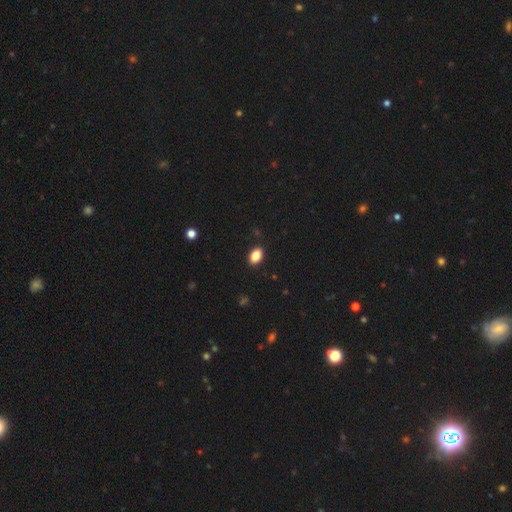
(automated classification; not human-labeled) smooth_or_featured: smooth (p=0.86) [alt: star or artifact p=0.09]
how_rounded: in between (p=0.88) [alt: round p=0.10]
merging: none (p=0.88) [alt: minor disturbance p=0.09]